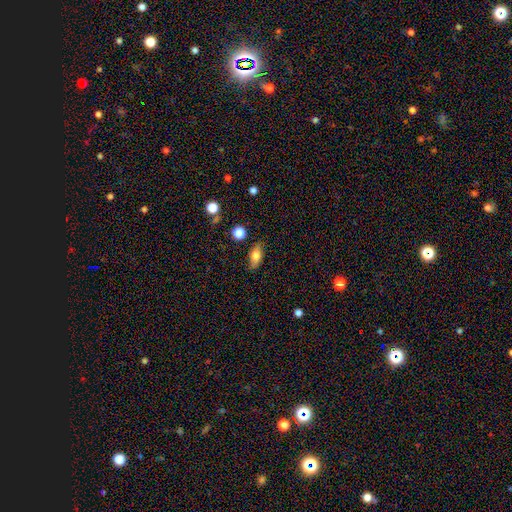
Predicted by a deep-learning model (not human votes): A smooth galaxy with no disk features (74%) that is in between round and cigar-shaped (81%). Merging: none (83%).